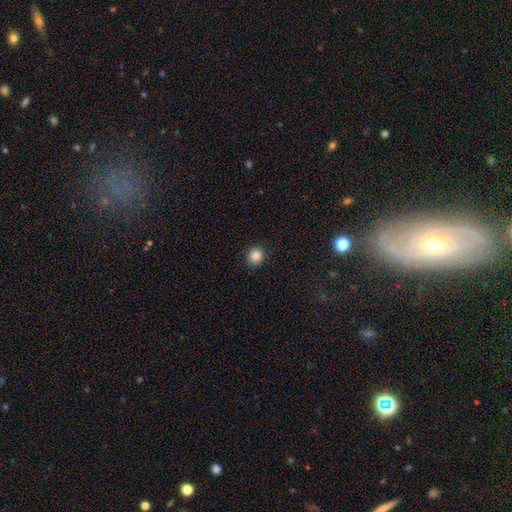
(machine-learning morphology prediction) smooth 87%, star or artifact 10%, featured or disk 3%. Down the decision tree: how rounded — round (78%); merging — none (89%).